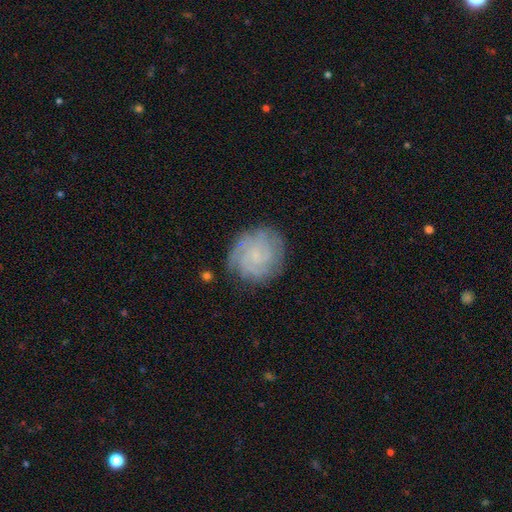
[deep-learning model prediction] Q: Smooth or featured?
A: featured or disk (69%); runner-up: smooth (23%)
Q: Edge-on disk?
A: no (98%); runner-up: yes (2%)
Q: Bar?
A: no (69%); runner-up: weak (27%)
Q: Spiral arms?
A: yes (93%); runner-up: no (7%)
Q: Spiral winding?
A: tight (68%); runner-up: medium (25%)
Q: Spiral arm count?
A: can't tell (35%); runner-up: 3 (22%)
Q: Bulge size?
A: small (62%); runner-up: none (26%)
Q: Merging?
A: none (77%); runner-up: minor disturbance (16%)